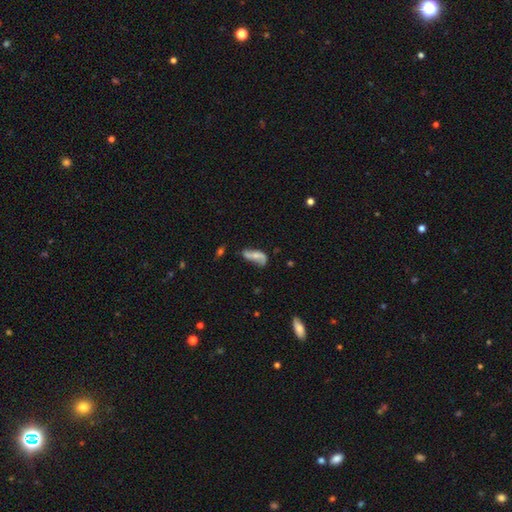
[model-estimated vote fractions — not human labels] A featured or disk galaxy (56%) with no bar (59%), spiral arms (80%) and a small central bulge (46%).

Vote fractions:
- Smooth or featured? featured or disk: 56% / smooth: 36% / star or artifact: 8%
- Edge-on disk? no: 90% / yes: 10%
- Bar? no: 59% / weak: 28% / strong: 13%
- Spiral arms? yes: 80% / no: 20%
- Bulge size? small: 46% / moderate: 40% / none: 10% / large: 3% / dominant: 1%
- Merging? none: 48% / minor disturbance: 29% / major disturbance: 16% / merger: 7%